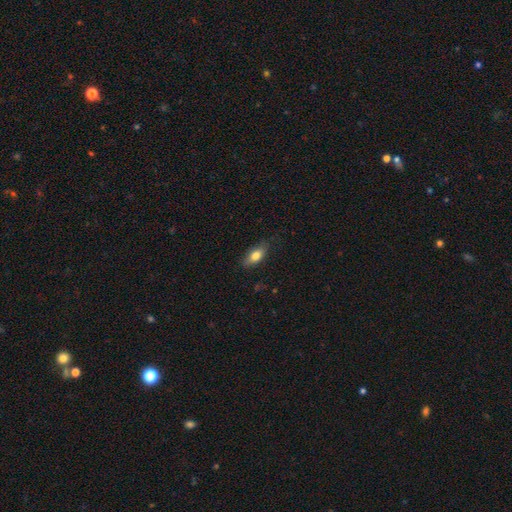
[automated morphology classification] Smooth or featured? Predicted: smooth (p=0.78). How rounded? Predicted: in between (p=0.83). Merging? Predicted: none (p=0.78).